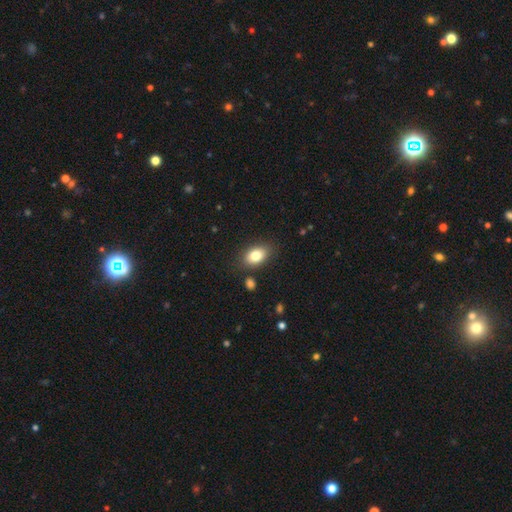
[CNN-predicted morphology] This appears to be a smooth galaxy with no disk features (81%) that is in between round and cigar-shaped (85%). Merging: none (82%).